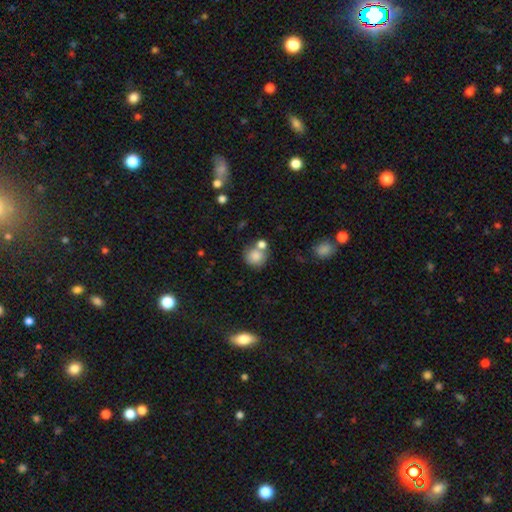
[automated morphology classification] Smooth or featured? smooth (82%)
How rounded? round (88%)
Merging? none (56%)